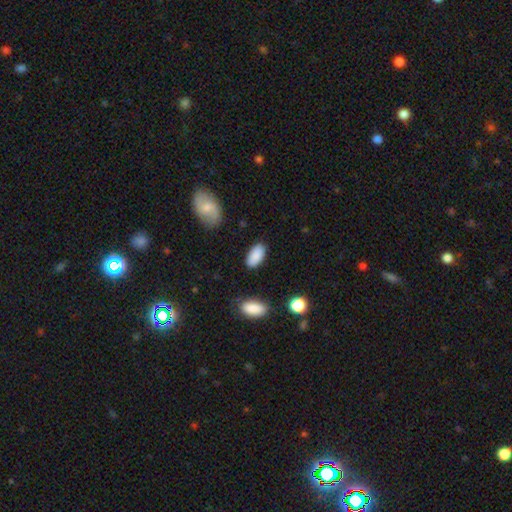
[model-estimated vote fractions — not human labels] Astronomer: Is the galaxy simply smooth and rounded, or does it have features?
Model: smooth — 87%.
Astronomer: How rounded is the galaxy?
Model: in between — 94%.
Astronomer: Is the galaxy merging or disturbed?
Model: none — 84%.